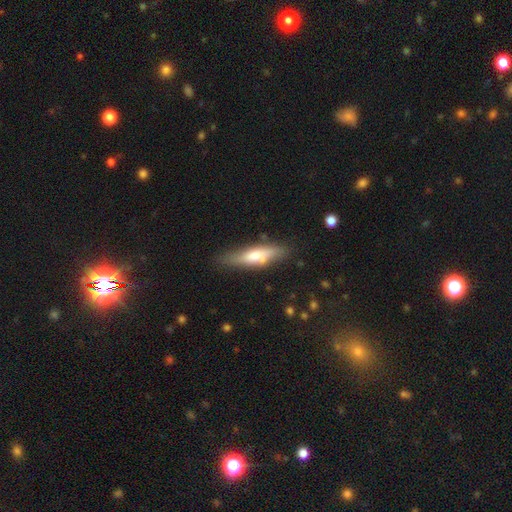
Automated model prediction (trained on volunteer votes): Smooth or featured: smooth — 56% (featured or disk — 38%)
How rounded: cigar-shaped — 69% (in between — 29%)
Merging: none — 76% (minor disturbance — 17%)